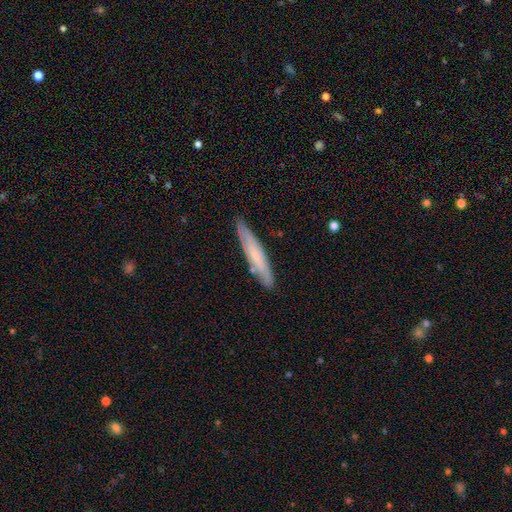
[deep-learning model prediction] Smooth or featured? smooth (54%)
How rounded? cigar-shaped (91%)
Merging? none (84%)